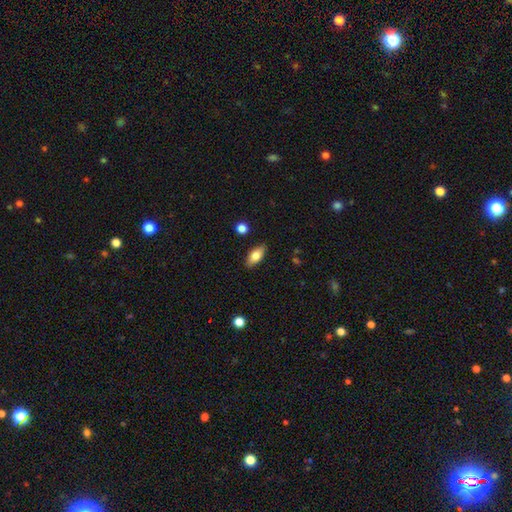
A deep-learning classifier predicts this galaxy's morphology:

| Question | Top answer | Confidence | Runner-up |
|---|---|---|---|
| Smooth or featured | smooth | 75% | featured or disk (18%) |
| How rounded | in between | 86% | cigar-shaped (10%) |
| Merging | none | 85% | minor disturbance (11%) |